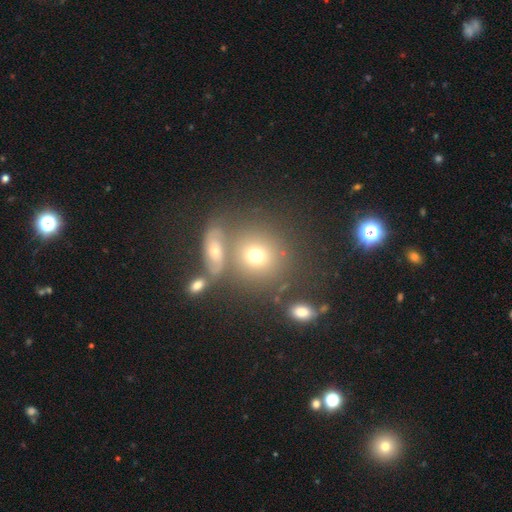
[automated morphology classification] Q: Smooth or featured?
A: smooth (71%); runner-up: featured or disk (17%)
Q: How rounded?
A: round (79%); runner-up: in between (20%)
Q: Merging?
A: none (61%); runner-up: merger (23%)